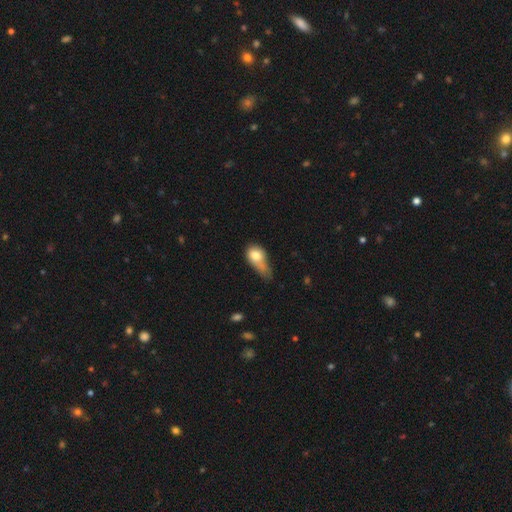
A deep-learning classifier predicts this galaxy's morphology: The model was most divided on "merging": major disturbance: 40%, minor disturbance: 30%, none: 15%, merger: 15%. More confident: smooth or featured — smooth (74%); how rounded — in between (68%).